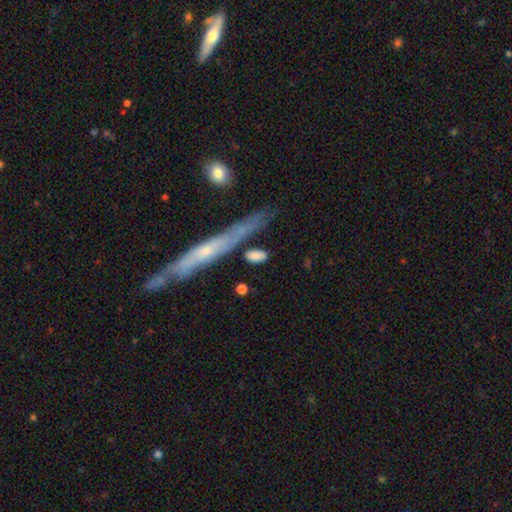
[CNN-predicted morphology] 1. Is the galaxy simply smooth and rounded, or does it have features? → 80% smooth, 14% featured or disk, 7% star or artifact.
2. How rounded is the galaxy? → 72% in between, 19% cigar-shaped, 9% round.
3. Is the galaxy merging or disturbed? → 70% none, 16% minor disturbance, 8% merger, 6% major disturbance.